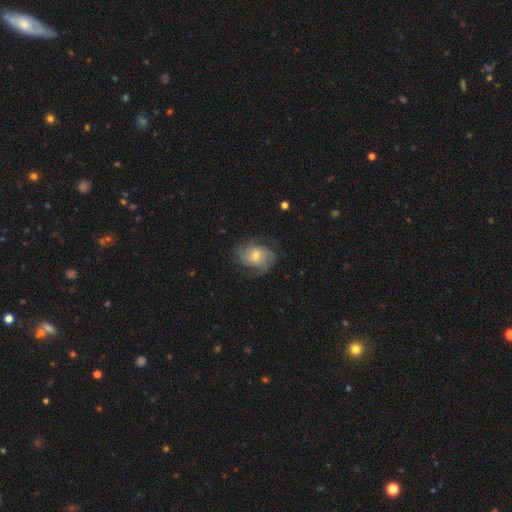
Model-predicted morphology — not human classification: Smooth or featured: featured or disk — 74% (smooth — 20%)
Edge-on disk: no — 97% (yes — 3%)
Bar: no — 58% (weak — 36%)
Spiral arms: yes — 92% (no — 8%)
Spiral winding: medium — 45% (tight — 34%)
Spiral arm count: 2 — 47% (can't tell — 21%)
Bulge size: moderate — 52% (small — 40%)
Merging: none — 66% (minor disturbance — 21%)